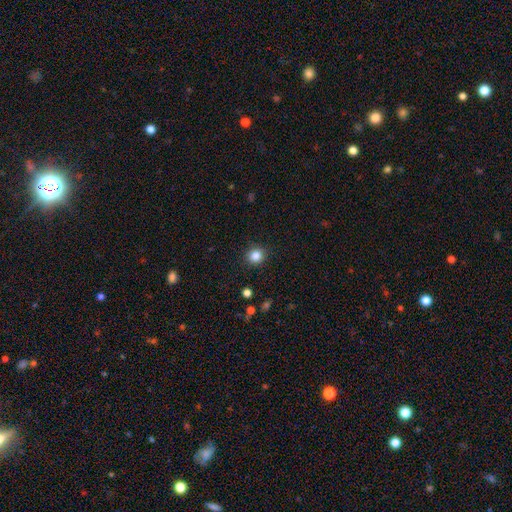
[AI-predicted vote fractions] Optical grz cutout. It shows a smooth galaxy with no disk features (85%) that is round (90%). Merging: none (91%).